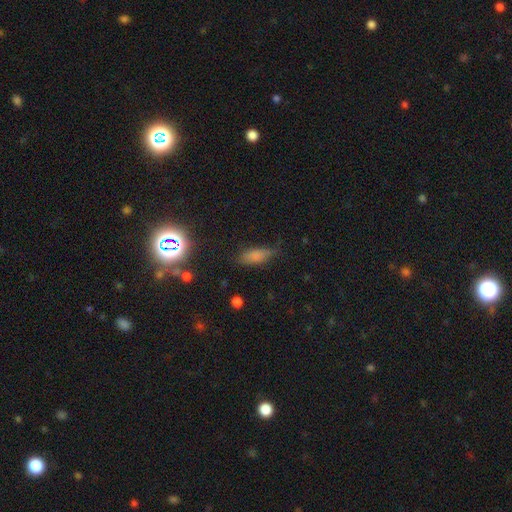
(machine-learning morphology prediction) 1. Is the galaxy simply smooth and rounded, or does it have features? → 75% smooth, 15% star or artifact, 11% featured or disk.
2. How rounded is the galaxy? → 75% in between, 22% cigar-shaped, 3% round.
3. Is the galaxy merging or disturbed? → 69% none, 23% minor disturbance, 6% major disturbance, 2% merger.